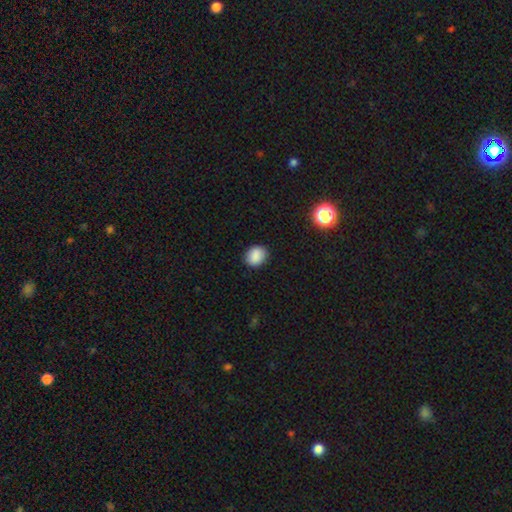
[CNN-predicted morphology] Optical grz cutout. It shows a smooth galaxy with no disk features (87%) that is round (59%). Merging: none (87%).